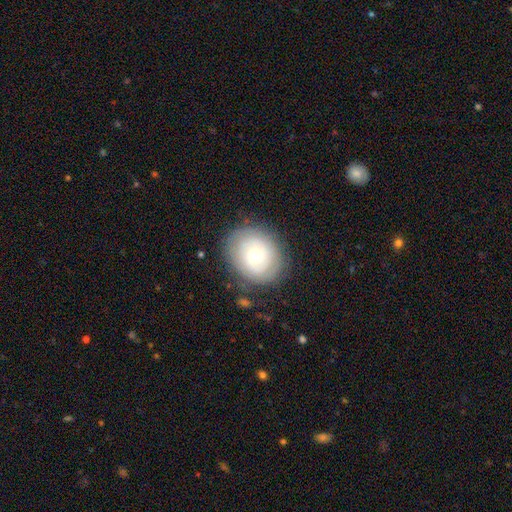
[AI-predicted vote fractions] The model was most divided on "smooth or featured": smooth: 54%, featured or disk: 38%, star or artifact: 9%. More confident: merging — none (77%); how rounded — round (70%).